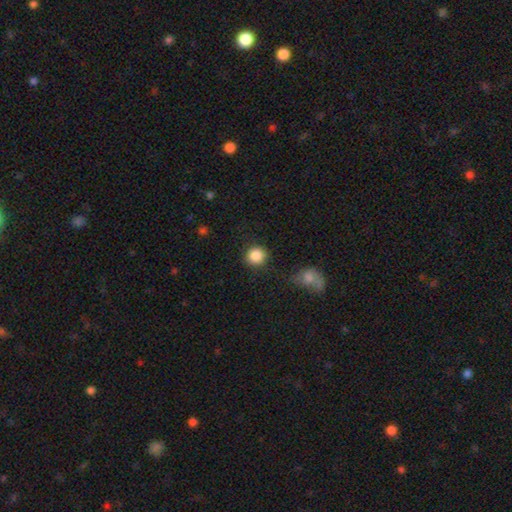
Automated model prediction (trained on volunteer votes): smooth-or-featured: smooth: 87% | star or artifact: 9% | featured or disk: 4%
  how-rounded: round: 91% | in between: 8% | cigar-shaped: 1%
  merging: none: 86% | minor disturbance: 8% | major disturbance: 3% | merger: 3%